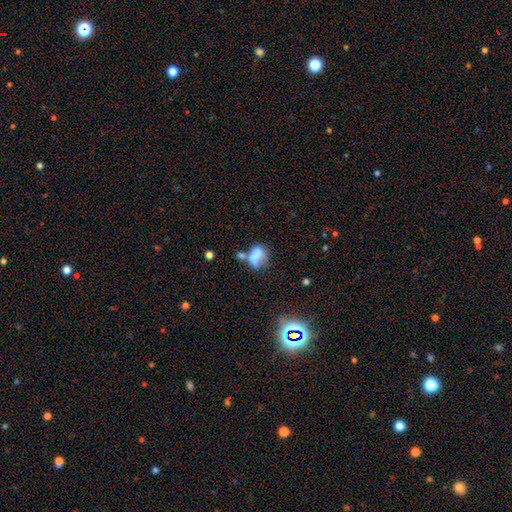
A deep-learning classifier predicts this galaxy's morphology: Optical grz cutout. It shows a smooth galaxy with no disk features (57%) that is in between round and cigar-shaped (70%). Merging: merger (39%).